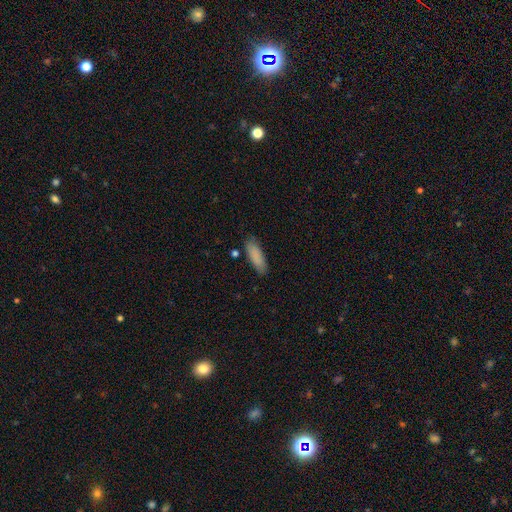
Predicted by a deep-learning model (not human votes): Overall: smooth (87%). How rounded: in between (58%; cigar-shaped 40%). Merging: none (81%).